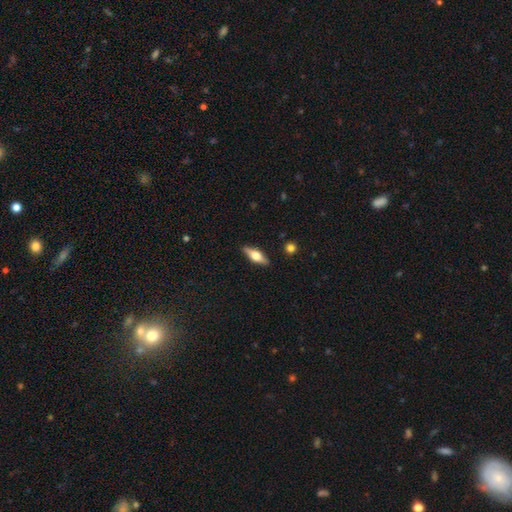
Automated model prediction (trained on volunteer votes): Morphology: type=featured or disk (50%); merging=none (88%).